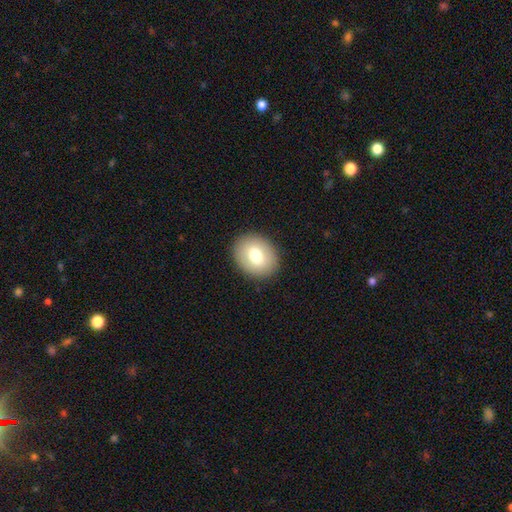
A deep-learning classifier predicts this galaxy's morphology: Q: Smooth or featured?
A: smooth (72%); runner-up: featured or disk (21%)
Q: How rounded?
A: in between (59%); runner-up: round (40%)
Q: Merging?
A: none (89%); runner-up: minor disturbance (8%)